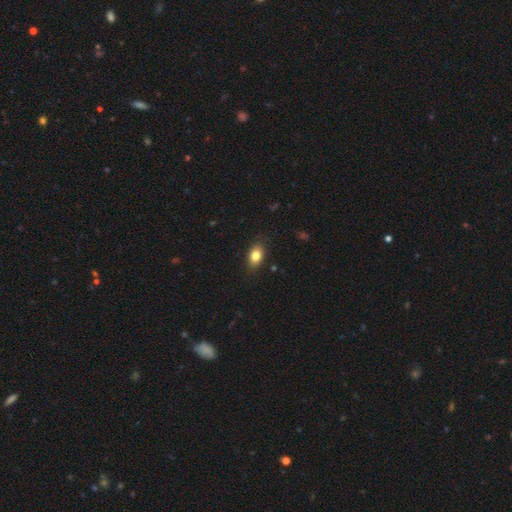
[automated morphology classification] smooth 82%, featured or disk 10%, star or artifact 9%. Down the decision tree: how rounded — in between (84%); merging — none (85%).